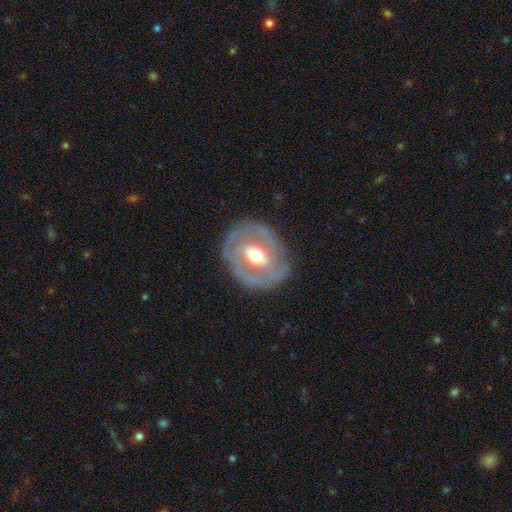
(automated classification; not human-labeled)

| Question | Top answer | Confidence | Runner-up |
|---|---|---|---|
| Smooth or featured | featured or disk | 72% | smooth (22%) |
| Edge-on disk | no | 95% | yes (5%) |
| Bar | weak | 40% | no (32%) |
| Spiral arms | yes | 57% | no (43%) |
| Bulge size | moderate | 69% | small (17%) |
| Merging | none | 78% | minor disturbance (14%) |